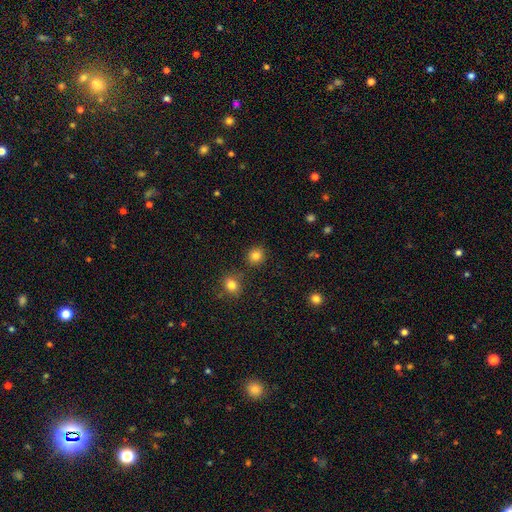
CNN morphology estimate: Q: Smooth or featured?
A: smooth (83%); runner-up: star or artifact (12%)
Q: How rounded?
A: round (85%); runner-up: in between (14%)
Q: Merging?
A: none (86%); runner-up: minor disturbance (7%)